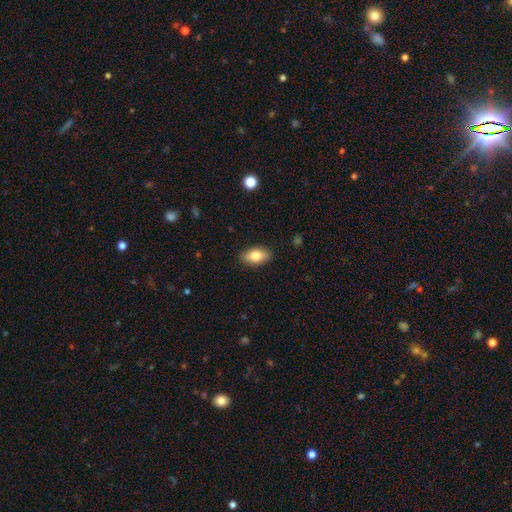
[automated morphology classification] Smooth or featured?
  - smooth: 80% *
  - featured or disk: 13%
  - star or artifact: 7%
How rounded?
  - in between: 90% *
  - round: 6%
  - cigar-shaped: 4%
Merging?
  - none: 88% *
  - minor disturbance: 8%
  - major disturbance: 2%
  - merger: 1%